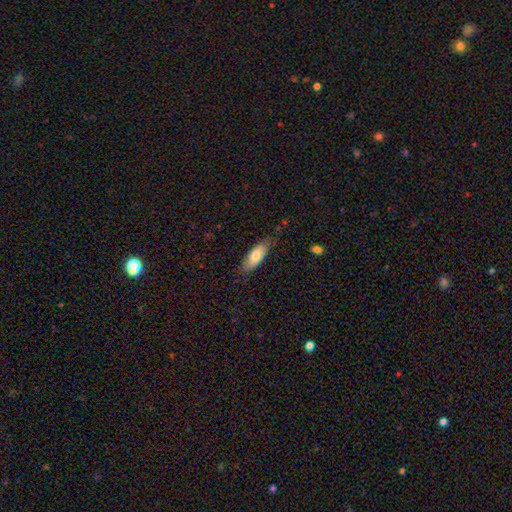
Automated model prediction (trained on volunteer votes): A smooth galaxy with no disk features (74%) that is in between round and cigar-shaped (70%).

Vote fractions:
- Smooth or featured? smooth: 74% / featured or disk: 20% / star or artifact: 6%
- How rounded? in between: 70% / cigar-shaped: 29% / round: 2%
- Merging? none: 75% / minor disturbance: 20% / major disturbance: 4% / merger: 1%